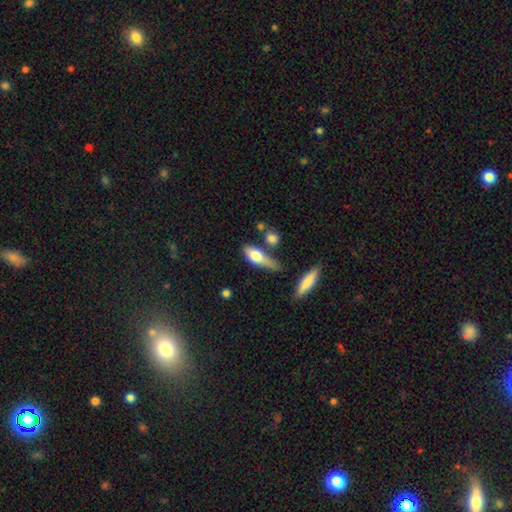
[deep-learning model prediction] Smooth or featured? smooth (68%)
How rounded? in between (65%)
Merging? none (38%)